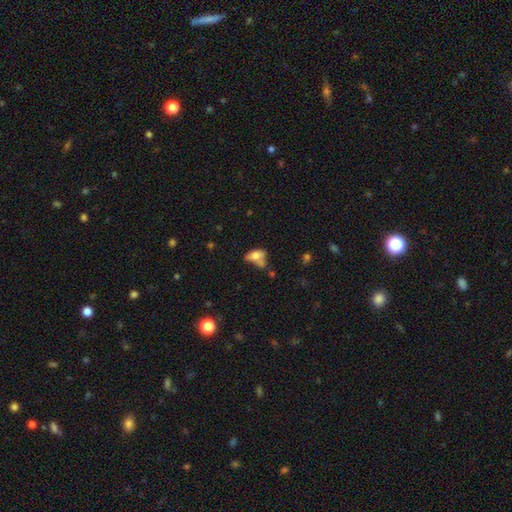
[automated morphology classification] type=smooth (67%); roundness=in between (84%); merging=merger (35%).